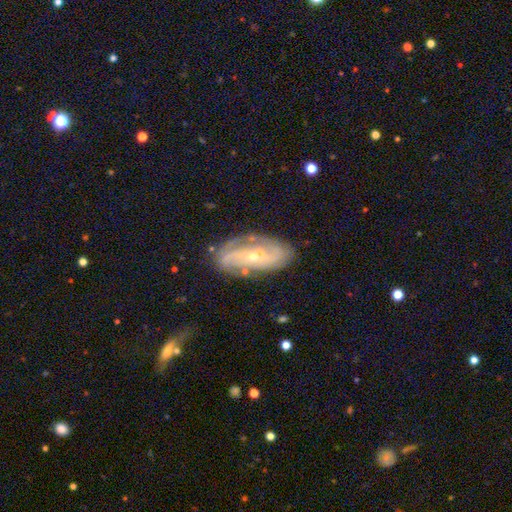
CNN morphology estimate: A featured or disk galaxy (74%) with no bar (66%), 2 (51%) tight (42%) spiral arms (80%) and a small central bulge (68%). Merging: none (61%).